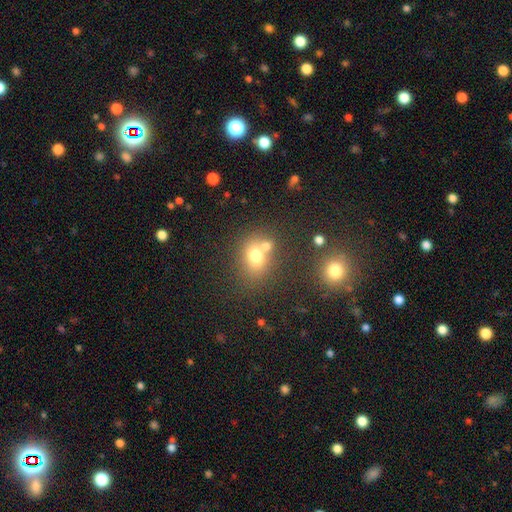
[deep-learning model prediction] A smooth galaxy with no disk features (70%) that is in between round and cigar-shaped (56%). Merging: none (45%).